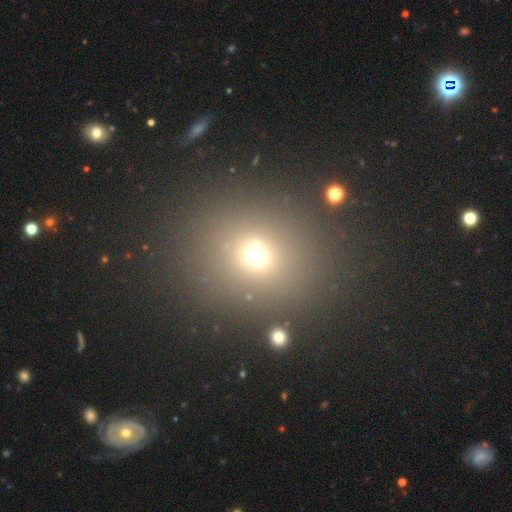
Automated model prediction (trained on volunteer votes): Smooth or featured? smooth (65%)
How rounded? round (75%)
Merging? none (78%)